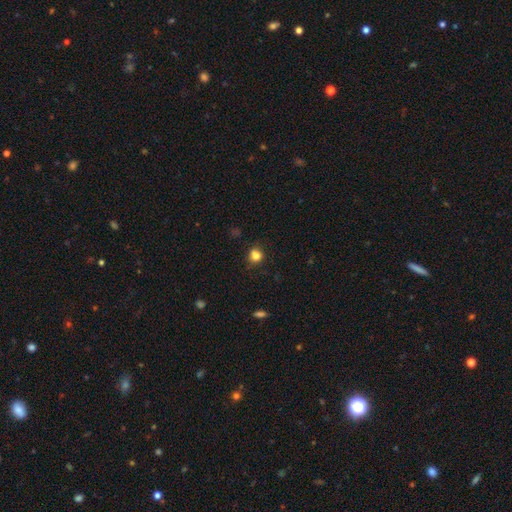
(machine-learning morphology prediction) smooth_or_featured: smooth (p=0.83) [alt: star or artifact p=0.13]
how_rounded: round (p=0.78) [alt: in between p=0.21]
merging: none (p=0.80) [alt: minor disturbance p=0.15]